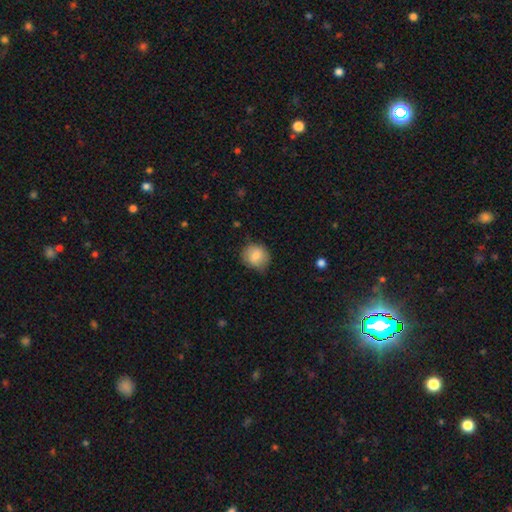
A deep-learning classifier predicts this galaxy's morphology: A smooth galaxy with no disk features (82%) that is round (76%).

Vote fractions:
- Smooth or featured? smooth: 82% / featured or disk: 10% / star or artifact: 8%
- How rounded? round: 76% / in between: 23% / cigar-shaped: 1%
- Merging? none: 70% / minor disturbance: 24% / major disturbance: 5% / merger: 1%